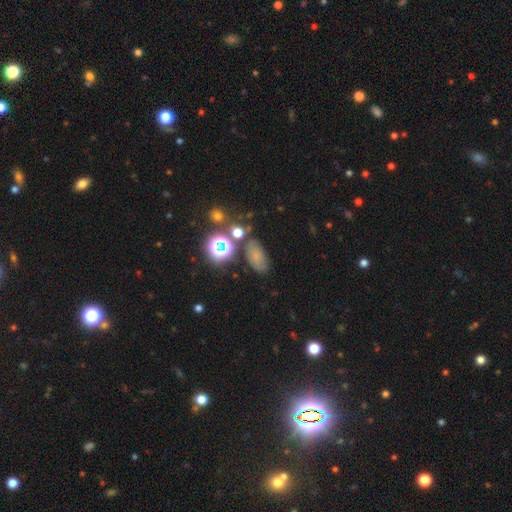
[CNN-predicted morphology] This is possibly a smooth galaxy (54%). How rounded: clearly in between (82%). Merging: likely none (70%).